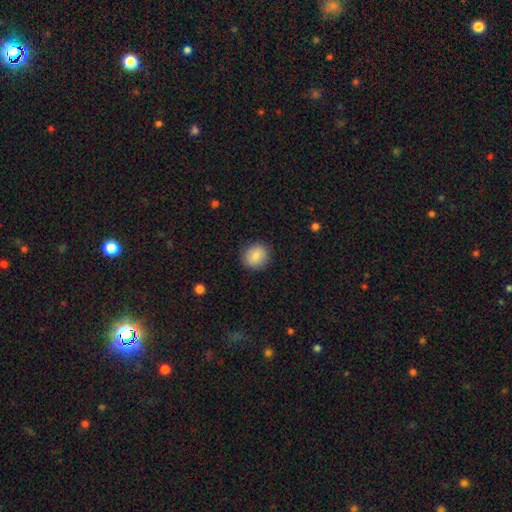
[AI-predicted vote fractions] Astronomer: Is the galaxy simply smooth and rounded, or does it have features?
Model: smooth — 84%.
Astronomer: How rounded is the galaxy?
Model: round — 79%.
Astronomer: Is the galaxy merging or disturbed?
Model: none — 87%.